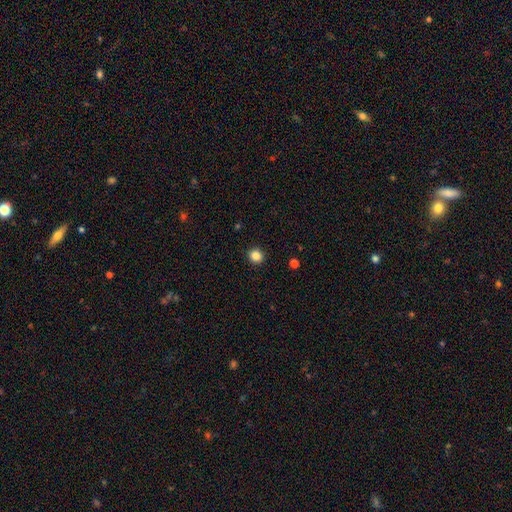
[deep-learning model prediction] Morphology: type=smooth (85%); roundness=round (89%); merging=none (93%).